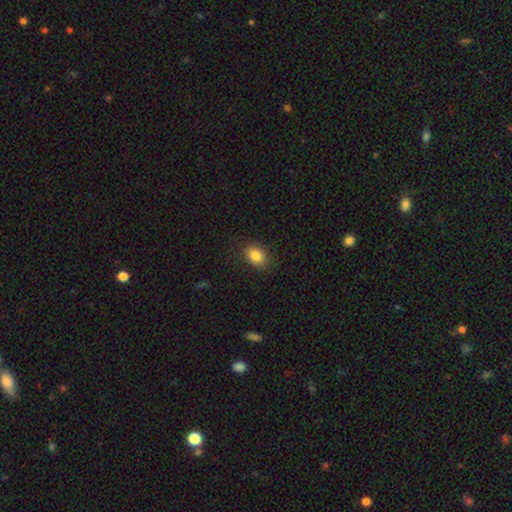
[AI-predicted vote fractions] Smooth or featured? Predicted: smooth (p=0.85). How rounded? Predicted: in between (p=0.74). Merging? Predicted: none (p=0.85).